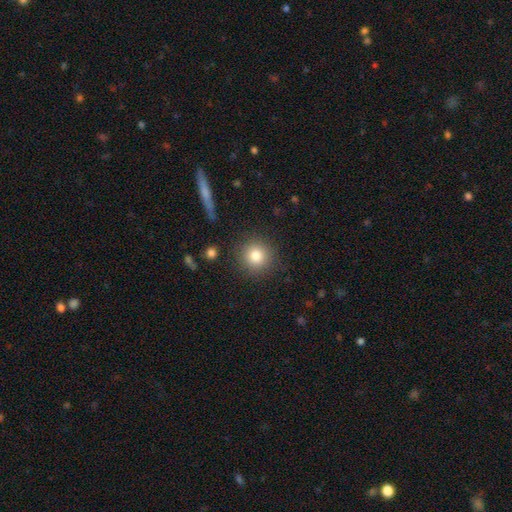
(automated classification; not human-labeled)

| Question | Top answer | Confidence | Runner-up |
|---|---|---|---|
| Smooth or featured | smooth | 82% | star or artifact (11%) |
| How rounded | round | 93% | in between (6%) |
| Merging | none | 88% | minor disturbance (7%) |